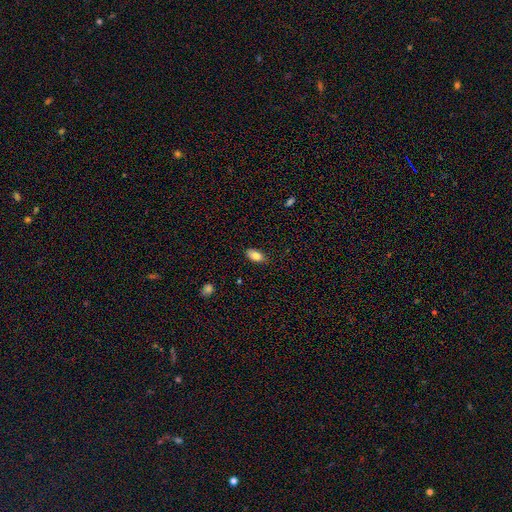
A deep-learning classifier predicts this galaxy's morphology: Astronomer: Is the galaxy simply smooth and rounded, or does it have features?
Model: smooth — 82%.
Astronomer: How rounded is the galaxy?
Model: in between — 92%.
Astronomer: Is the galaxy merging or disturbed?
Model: none — 82%.